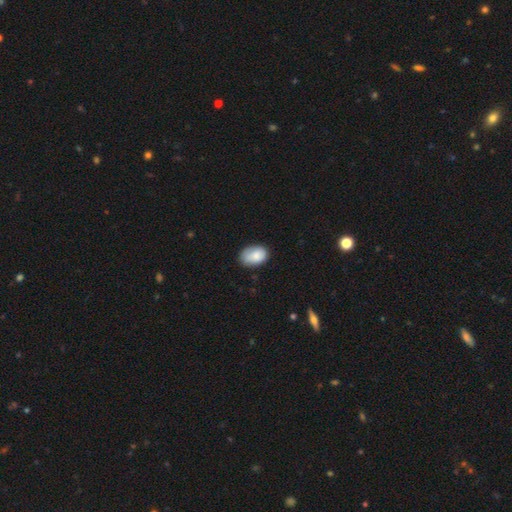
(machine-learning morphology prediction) Smooth or featured? Predicted: smooth (p=0.85). How rounded? Predicted: in between (p=0.86). Merging? Predicted: none (p=0.67).